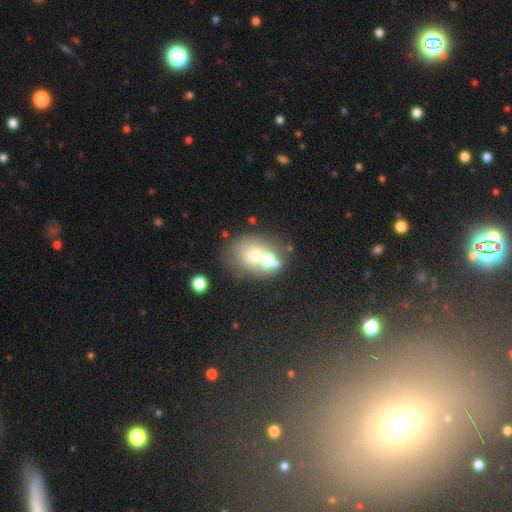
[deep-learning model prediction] Smooth or featured?
  - smooth: 62% *
  - featured or disk: 25%
  - star or artifact: 13%
How rounded?
  - round: 53% *
  - in between: 46%
  - cigar-shaped: 1%
Merging?
  - merger: 49% *
  - none: 34%
  - minor disturbance: 11%
  - major disturbance: 6%